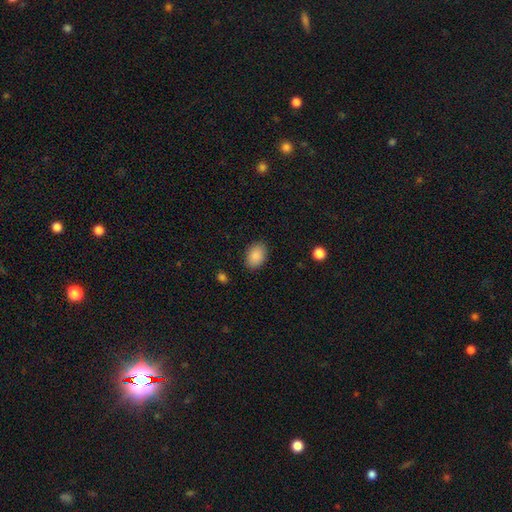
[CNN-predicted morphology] smooth 88%, star or artifact 7%, featured or disk 4%. Down the decision tree: how rounded — in between (84%); merging — none (87%).